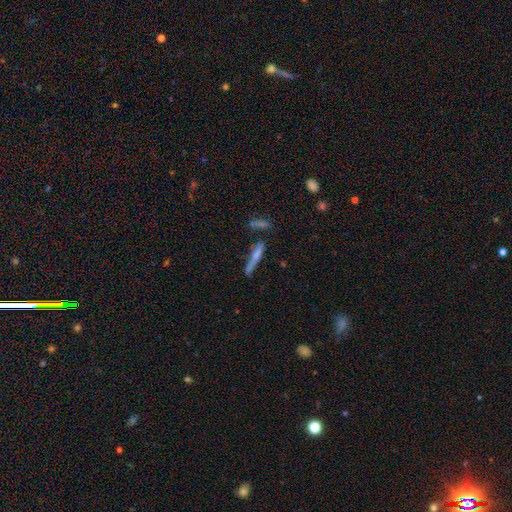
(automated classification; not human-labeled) Q: Smooth or featured?
A: smooth (51%); runner-up: featured or disk (38%)
Q: How rounded?
A: cigar-shaped (89%); runner-up: in between (9%)
Q: Merging?
A: none (54%); runner-up: minor disturbance (21%)